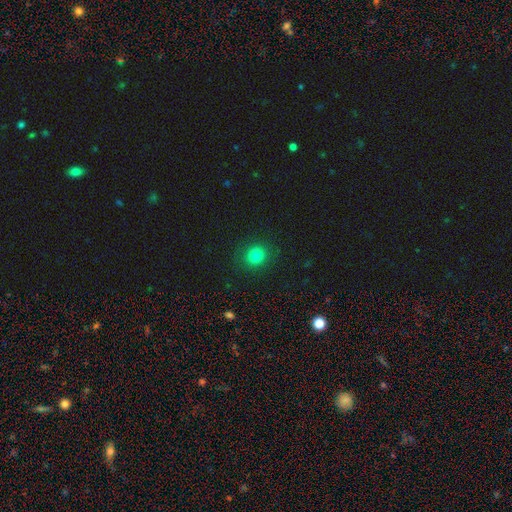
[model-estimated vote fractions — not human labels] A smooth galaxy with no disk features (81%) that is round (85%).

Vote fractions:
- Smooth or featured? smooth: 81% / star or artifact: 14% / featured or disk: 6%
- How rounded? round: 85% / in between: 14% / cigar-shaped: 1%
- Merging? none: 89% / minor disturbance: 7% / major disturbance: 3% / merger: 1%